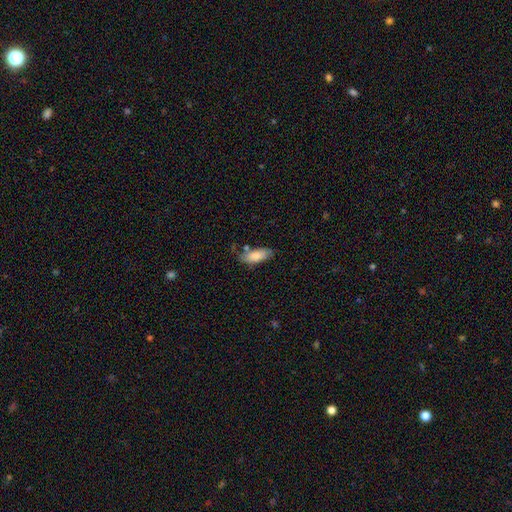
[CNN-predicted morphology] smooth_or_featured: smooth (p=0.84) [alt: featured or disk p=0.10]
how_rounded: in between (p=0.78) [alt: cigar-shaped p=0.21]
merging: none (p=0.68) [alt: minor disturbance p=0.20]